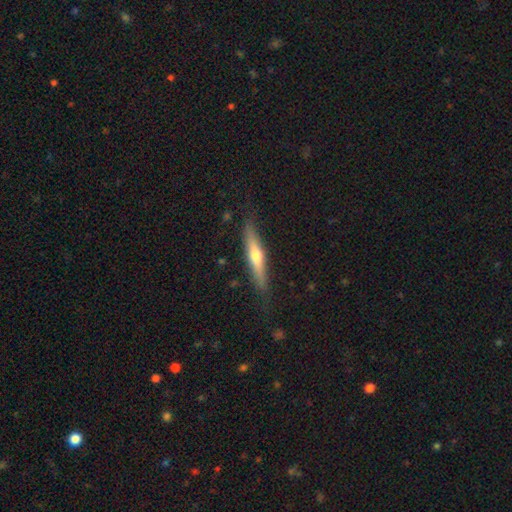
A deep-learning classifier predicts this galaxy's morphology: This appears to be a featured or disk galaxy (52%) viewed edge-on (92%). Merging: none (84%).